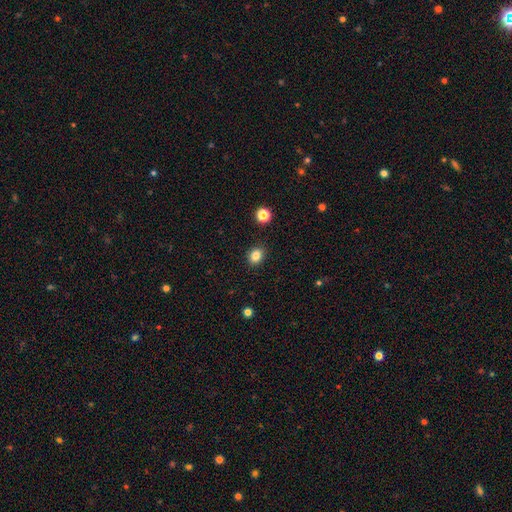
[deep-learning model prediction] The model was most divided on "how rounded": round: 54%, in between: 46%, cigar-shaped: 1%. More confident: merging — none (89%); smooth or featured — smooth (84%).